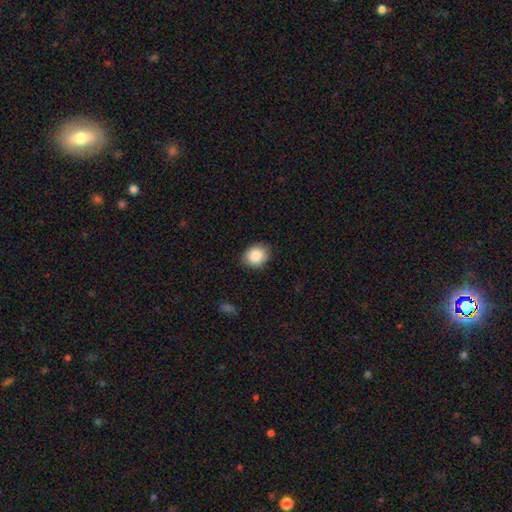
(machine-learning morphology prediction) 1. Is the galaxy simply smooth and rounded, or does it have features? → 88% smooth, 8% star or artifact, 4% featured or disk.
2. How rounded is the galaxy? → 59% round, 40% in between, 1% cigar-shaped.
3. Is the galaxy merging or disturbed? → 85% none, 11% minor disturbance, 2% major disturbance, 1% merger.